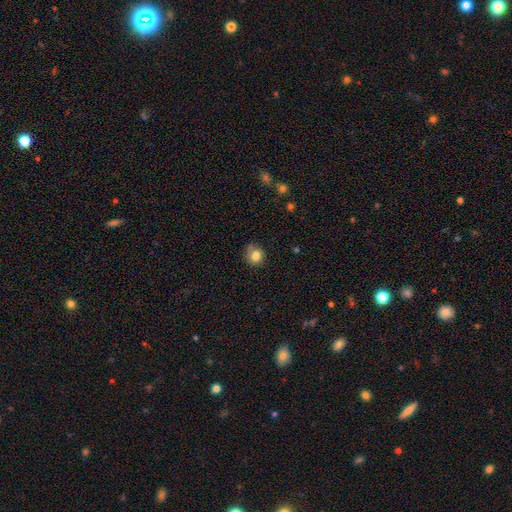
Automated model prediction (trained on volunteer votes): A smooth galaxy with no disk features (80%) that is round (87%).

Vote fractions:
- Smooth or featured? smooth: 80% / star or artifact: 11% / featured or disk: 9%
- How rounded? round: 87% / in between: 13% / cigar-shaped: 1%
- Merging? none: 74% / minor disturbance: 19% / major disturbance: 4% / merger: 3%